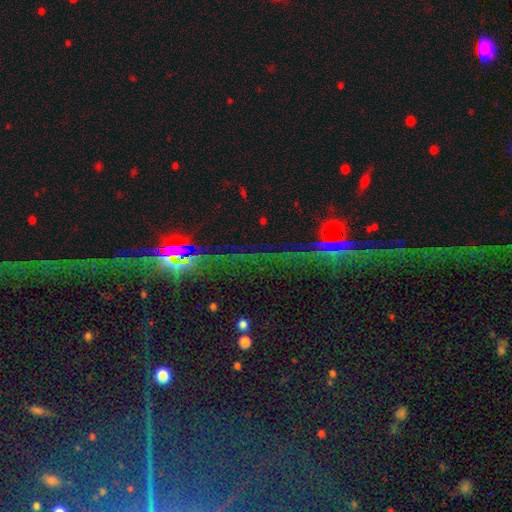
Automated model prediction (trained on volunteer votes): Smooth or featured? Predicted: star or artifact (p=0.59).